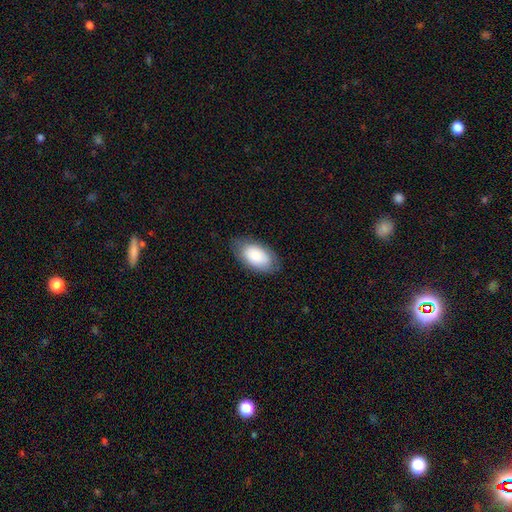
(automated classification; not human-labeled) Q: Smooth or featured?
A: smooth (85%); runner-up: featured or disk (9%)
Q: How rounded?
A: in between (95%); runner-up: round (3%)
Q: Merging?
A: none (78%); runner-up: minor disturbance (16%)